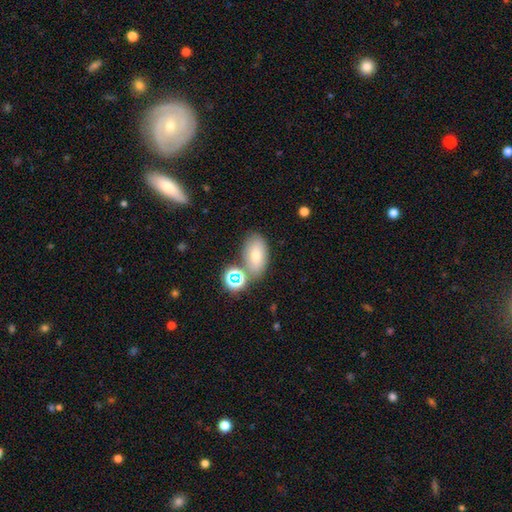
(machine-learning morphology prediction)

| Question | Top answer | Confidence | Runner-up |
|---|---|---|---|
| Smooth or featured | smooth | 66% | featured or disk (18%) |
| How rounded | in between | 87% | round (10%) |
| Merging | none | 65% | merger (16%) |